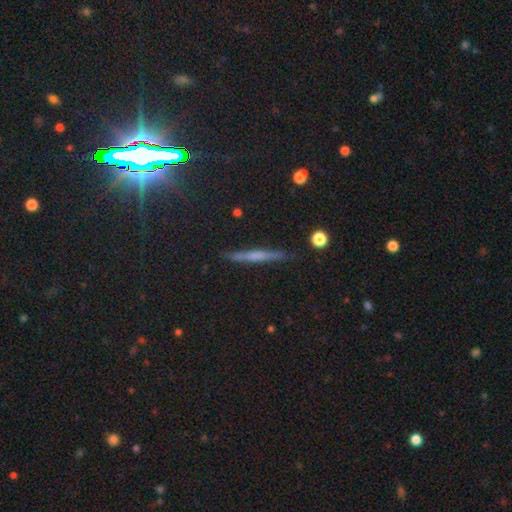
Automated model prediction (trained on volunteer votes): A featured or disk galaxy (43%).

Vote fractions:
- Smooth or featured? featured or disk: 43% / smooth: 40% / star or artifact: 17%
- Merging? none: 88% / minor disturbance: 9% / major disturbance: 2% / merger: 2%